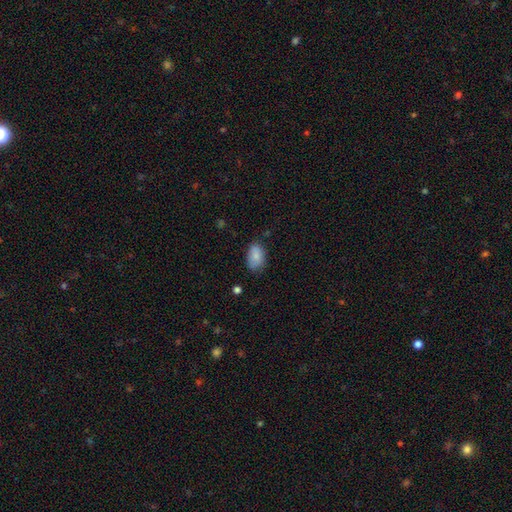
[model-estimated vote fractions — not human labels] Morphology: type=smooth (86%); roundness=in between (90%); merging=none (69%).